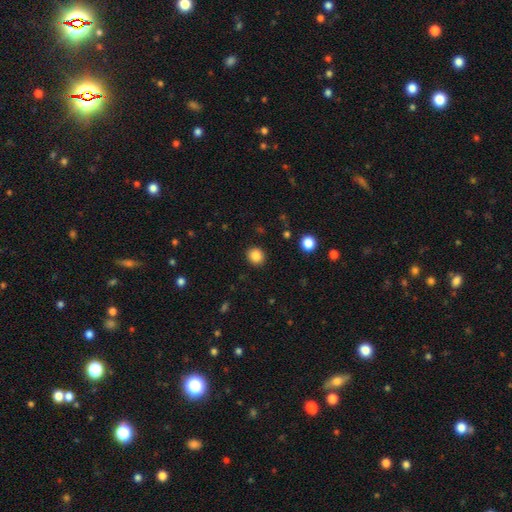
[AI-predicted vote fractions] This appears to be a smooth galaxy with no disk features (86%) that is round (80%). Merging: none (90%).